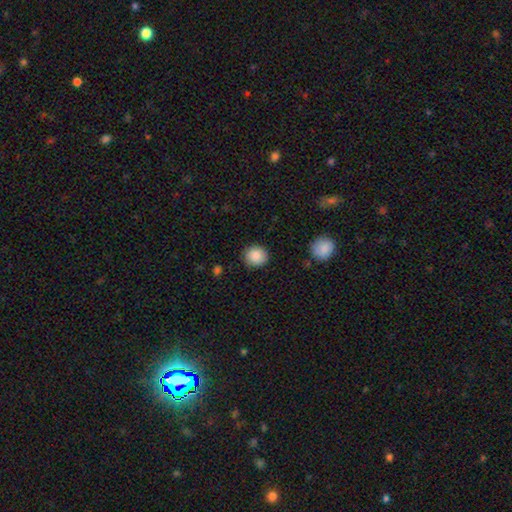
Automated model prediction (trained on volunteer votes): Morphology: type=smooth (88%); roundness=round (89%); merging=none (89%).